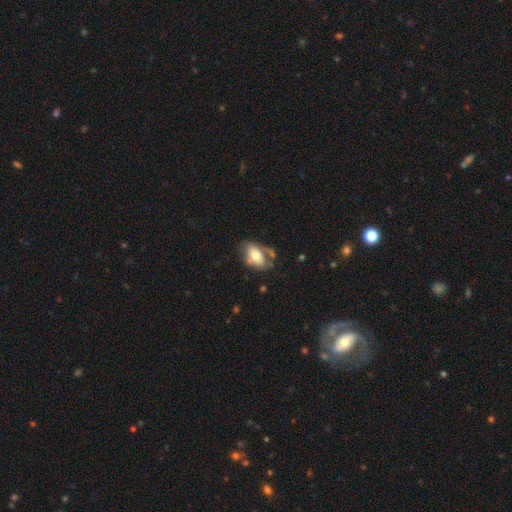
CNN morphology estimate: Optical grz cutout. It shows a smooth galaxy with no disk features (64%) that is in between round and cigar-shaped (88%). Merging: none (43%).